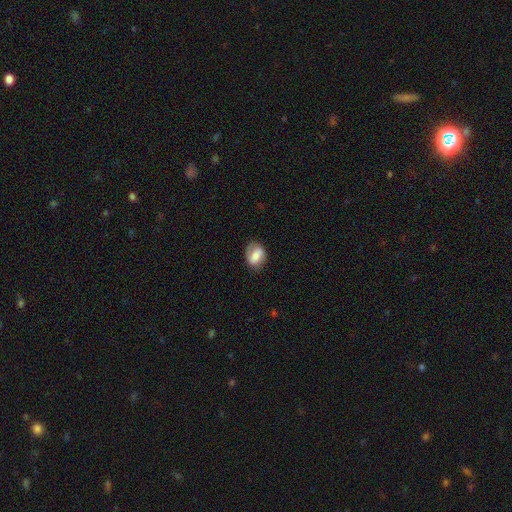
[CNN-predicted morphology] smooth-or-featured: smooth: 66% | featured or disk: 26% | star or artifact: 8%
  how-rounded: in between: 66% | round: 32% | cigar-shaped: 1%
  merging: none: 73% | minor disturbance: 20% | major disturbance: 6% | merger: 1%